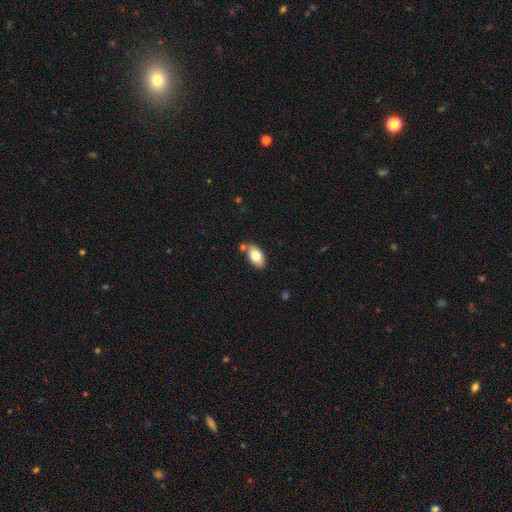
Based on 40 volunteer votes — Smooth or featured? smooth (82%)
How rounded? in between (91%)
Merging? none (79%)